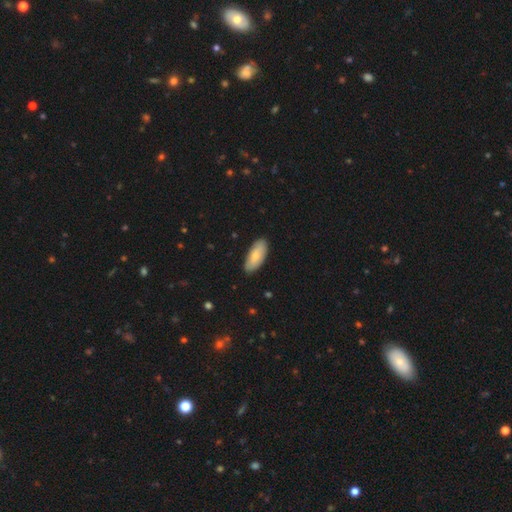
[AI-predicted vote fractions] Morphology: type=smooth (79%); roundness=in between (86%); merging=none (87%).